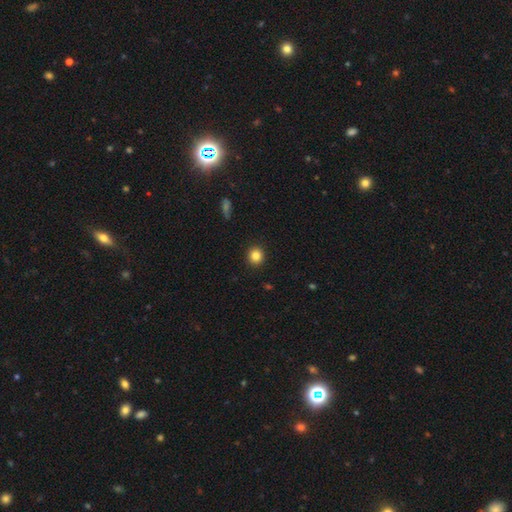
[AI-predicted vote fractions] This appears to be a smooth galaxy with no disk features (84%) that is round (90%). Merging: none (92%).